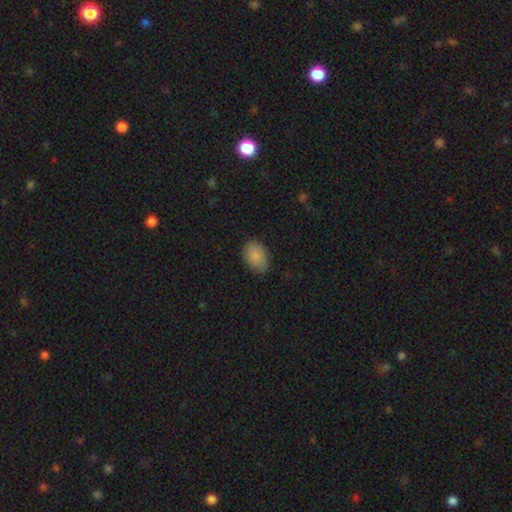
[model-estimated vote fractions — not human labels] This appears to be a smooth galaxy with no disk features (88%) that is in between round and cigar-shaped (86%). Merging: none (80%).